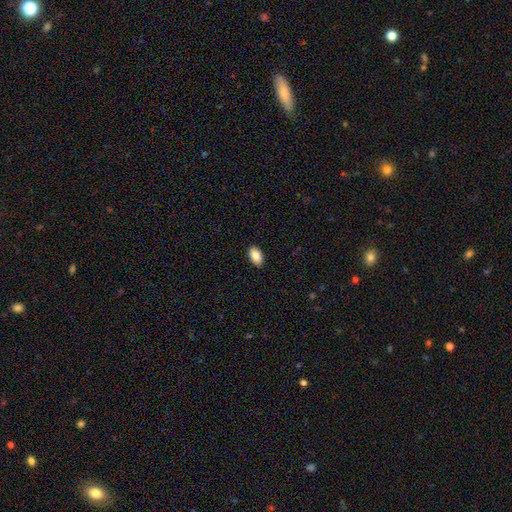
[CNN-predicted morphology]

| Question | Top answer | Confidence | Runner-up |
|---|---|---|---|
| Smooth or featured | smooth | 87% | star or artifact (7%) |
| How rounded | in between | 93% | round (4%) |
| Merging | none | 88% | minor disturbance (9%) |